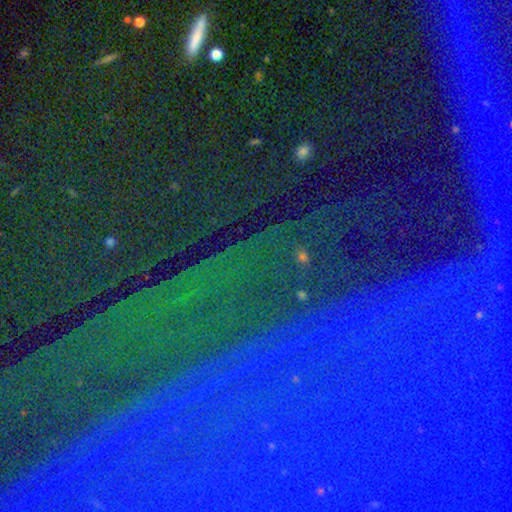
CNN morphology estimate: Smooth or featured? star or artifact (88%)